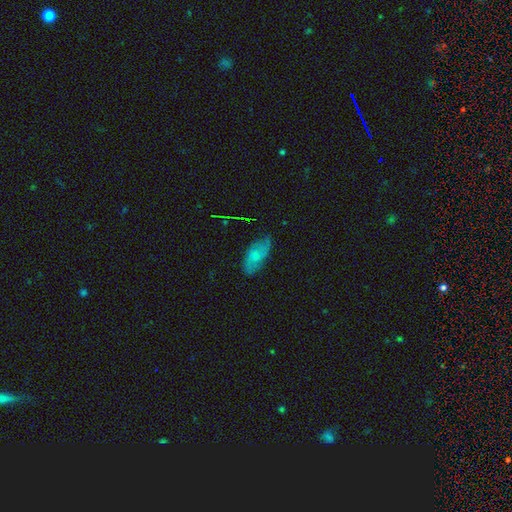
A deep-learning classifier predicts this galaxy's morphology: The model was most divided on "smooth or featured": smooth: 56%, featured or disk: 34%, star or artifact: 9%. More confident: how rounded — in between (89%); merging — none (71%).